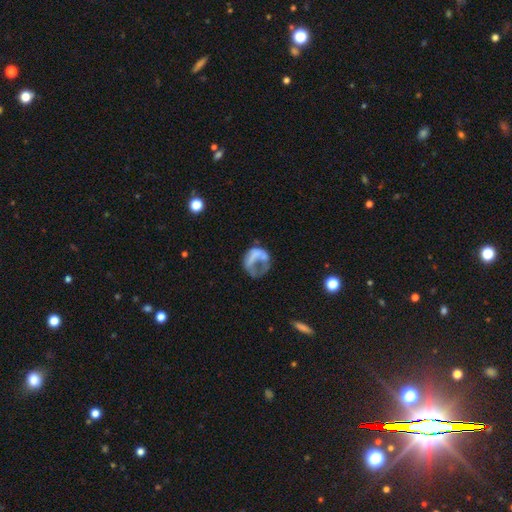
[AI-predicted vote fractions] Q: Smooth or featured?
A: featured or disk (46%); runner-up: smooth (41%)
Q: Merging?
A: major disturbance (48%); runner-up: none (28%)